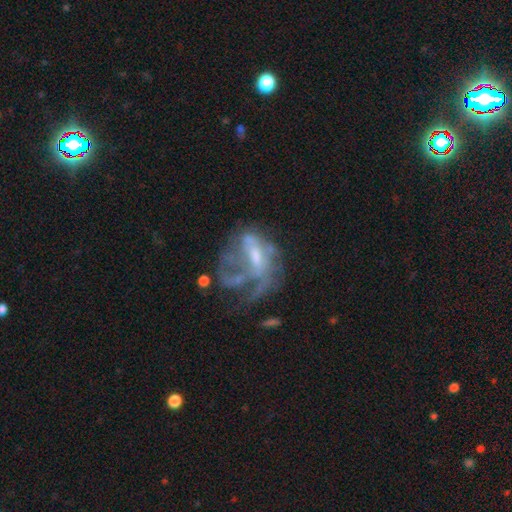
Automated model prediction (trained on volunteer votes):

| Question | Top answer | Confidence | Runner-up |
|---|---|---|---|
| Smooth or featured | featured or disk | 72% | smooth (17%) |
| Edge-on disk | no | 97% | yes (3%) |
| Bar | no | 45% | weak (40%) |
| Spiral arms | yes | 54% | no (46%) |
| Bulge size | moderate | 39% | small (35%) |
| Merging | major disturbance | 47% | none (28%) |